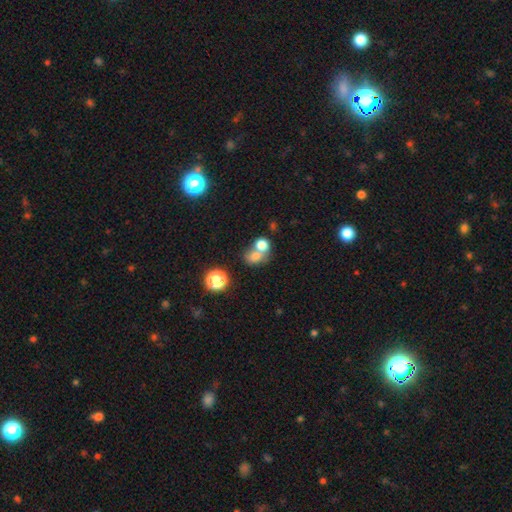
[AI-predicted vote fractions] This appears to be a smooth galaxy with no disk features (73%) that is round (62%). Merging: merger (54%).